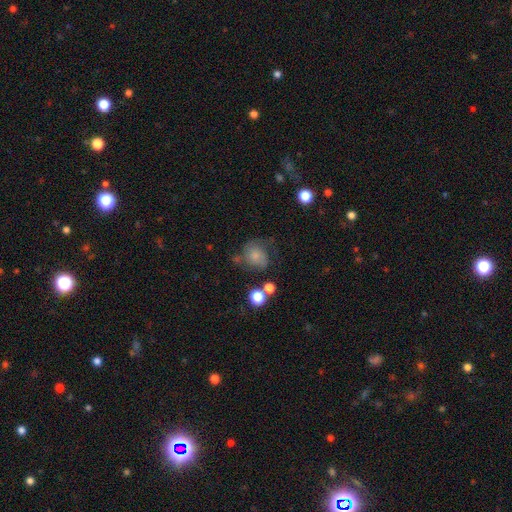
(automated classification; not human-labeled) smooth 68%, featured or disk 20%, star or artifact 12%. Down the decision tree: how rounded — round (68%); merging — none (48%).